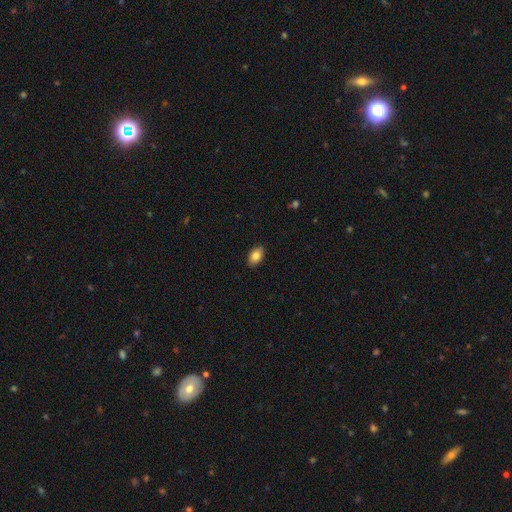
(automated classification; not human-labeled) smooth 84%, featured or disk 8%, star or artifact 8%. Down the decision tree: how rounded — in between (89%); merging — none (88%).